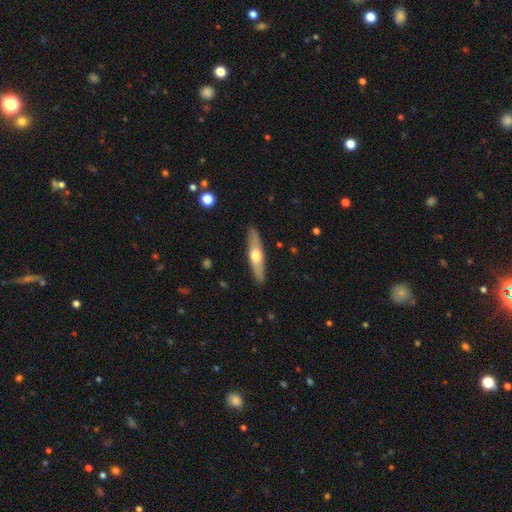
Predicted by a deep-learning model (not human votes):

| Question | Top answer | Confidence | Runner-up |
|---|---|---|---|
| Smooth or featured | featured or disk | 51% | smooth (44%) |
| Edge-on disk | yes | 89% | no (11%) |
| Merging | none | 90% | minor disturbance (8%) |